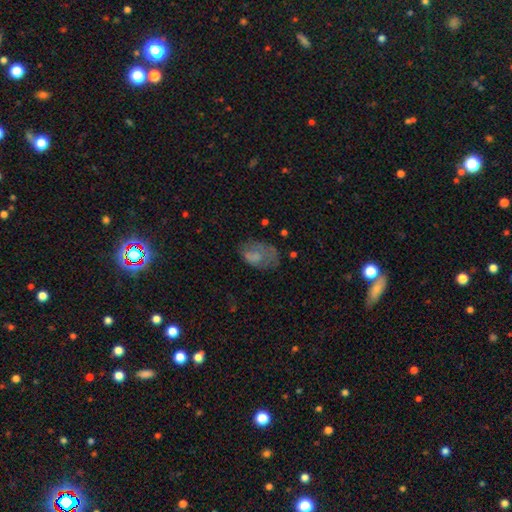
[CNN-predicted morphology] Q: Smooth or featured?
A: smooth (61%); runner-up: featured or disk (27%)
Q: How rounded?
A: in between (85%); runner-up: round (13%)
Q: Merging?
A: none (40%); runner-up: minor disturbance (29%)